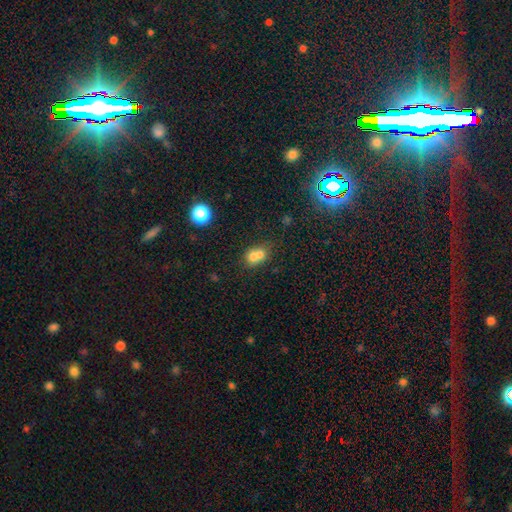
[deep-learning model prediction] Morphology: type=smooth (69%); roundness=round (66%); merging=merger (66%).